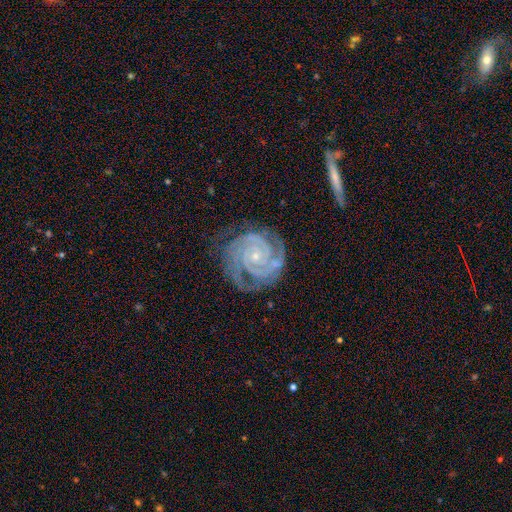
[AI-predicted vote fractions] A featured or disk galaxy (92%) with no bar (72%), 2 (40%) tight (83%) spiral arms (99%) and a small central bulge (82%). Merging: none (76%).